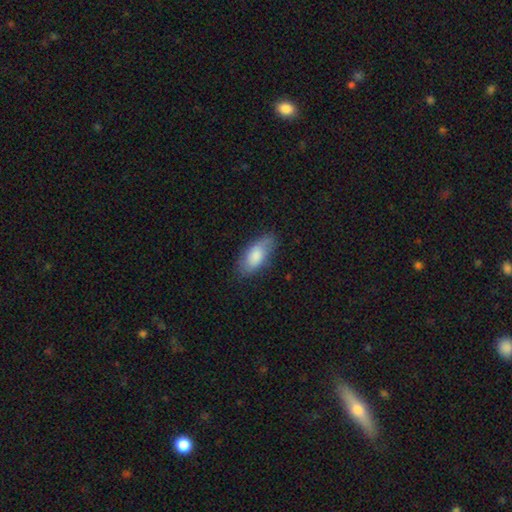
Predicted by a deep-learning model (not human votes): This is likely a smooth galaxy (80%). How rounded: clearly in between (88%). Merging: likely none (70%).